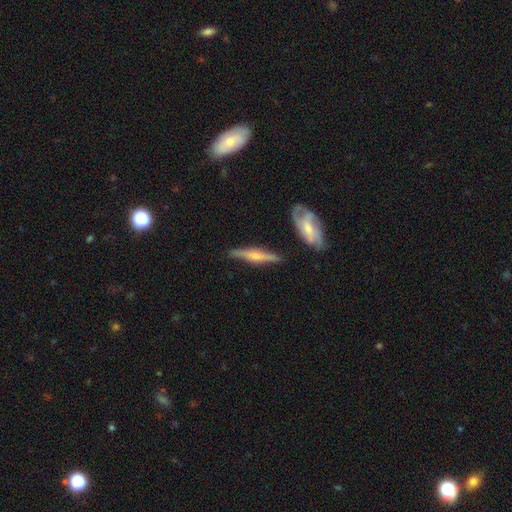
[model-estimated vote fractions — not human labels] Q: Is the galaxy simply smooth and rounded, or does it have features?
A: featured or disk — 66%.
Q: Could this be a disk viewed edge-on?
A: yes — 94%.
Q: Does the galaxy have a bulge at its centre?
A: rounded — 77%.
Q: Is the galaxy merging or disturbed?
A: none — 81%.